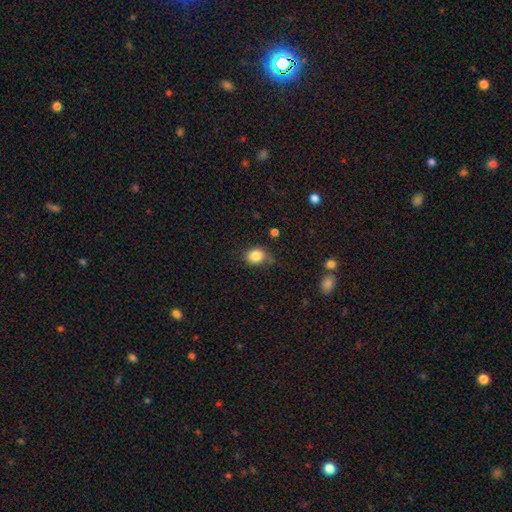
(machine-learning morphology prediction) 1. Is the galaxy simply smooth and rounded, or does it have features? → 85% smooth, 10% star or artifact, 5% featured or disk.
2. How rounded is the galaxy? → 62% round, 37% in between, 1% cigar-shaped.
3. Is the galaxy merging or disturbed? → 70% none, 21% minor disturbance, 5% major disturbance, 4% merger.